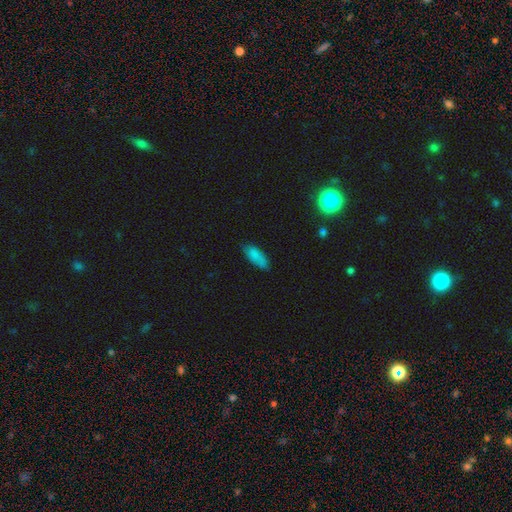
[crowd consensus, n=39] Smooth or featured? smooth (85%)
How rounded? in between (88%)
Merging? none (74%)